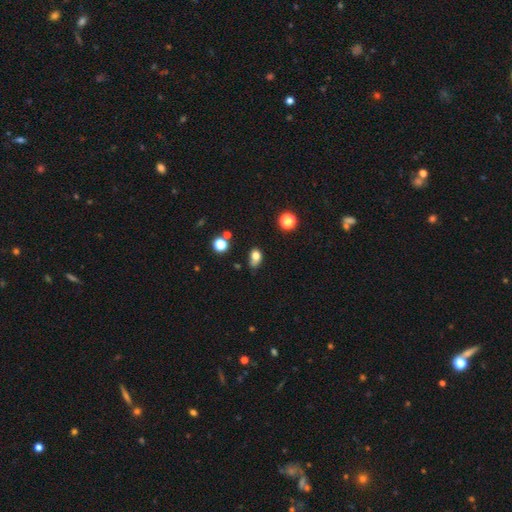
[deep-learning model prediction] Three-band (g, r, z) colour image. It shows a smooth galaxy with no disk features (77%) that is in between round and cigar-shaped (73%). Merging: none (45%).